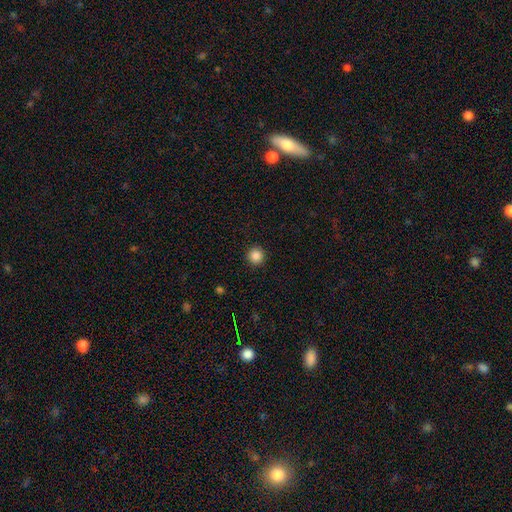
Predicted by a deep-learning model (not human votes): Smooth or featured?
  - smooth: 86% *
  - star or artifact: 10%
  - featured or disk: 3%
How rounded?
  - round: 95% *
  - in between: 4%
  - cigar-shaped: 1%
Merging?
  - none: 93% *
  - minor disturbance: 5%
  - major disturbance: 2%
  - merger: 1%